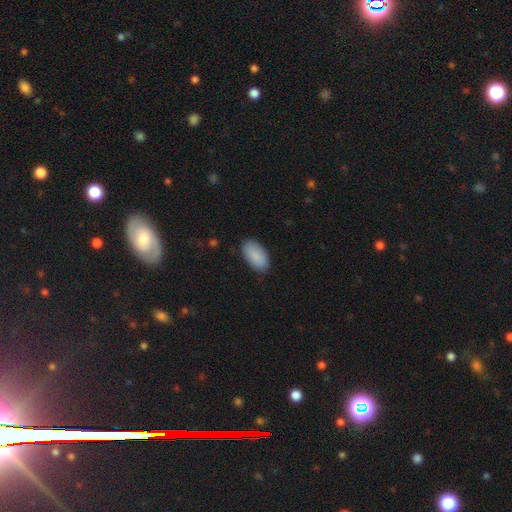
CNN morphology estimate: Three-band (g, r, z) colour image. It shows a smooth galaxy with no disk features (89%) that is in between round and cigar-shaped (95%). Merging: none (84%).